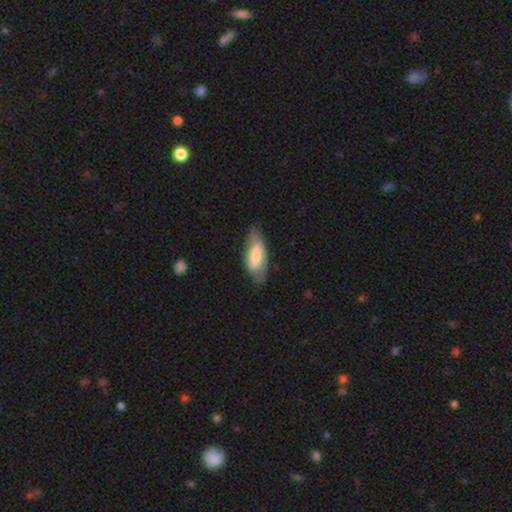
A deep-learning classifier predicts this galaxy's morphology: smooth-or-featured: smooth: 52% | featured or disk: 42% | star or artifact: 6%
  how-rounded: in between: 77% | cigar-shaped: 21% | round: 3%
  merging: none: 71% | minor disturbance: 22% | major disturbance: 6% | merger: 1%